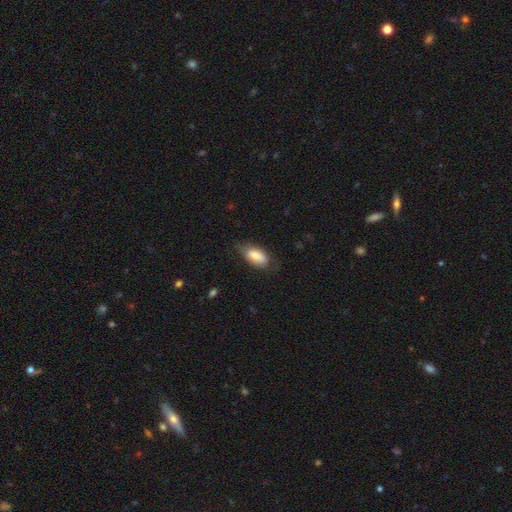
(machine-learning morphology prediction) A smooth galaxy with no disk features (78%) that is in between round and cigar-shaped (91%).

Vote fractions:
- Smooth or featured? smooth: 78% / featured or disk: 16% / star or artifact: 6%
- How rounded? in between: 91% / cigar-shaped: 7% / round: 3%
- Merging? none: 64% / minor disturbance: 27% / major disturbance: 8% / merger: 1%